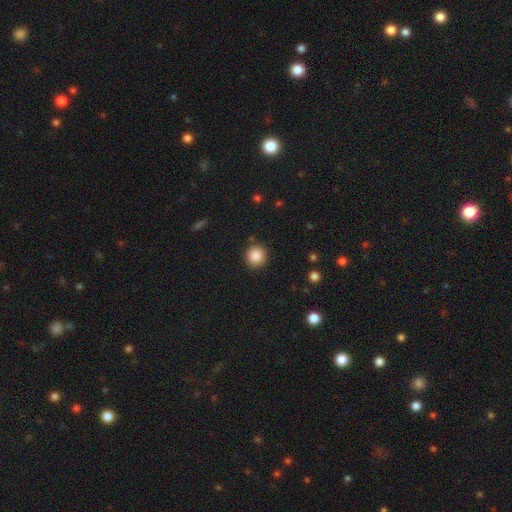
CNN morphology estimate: Smooth or featured? Predicted: smooth (p=0.87). How rounded? Predicted: round (p=0.91). Merging? Predicted: none (p=0.89).